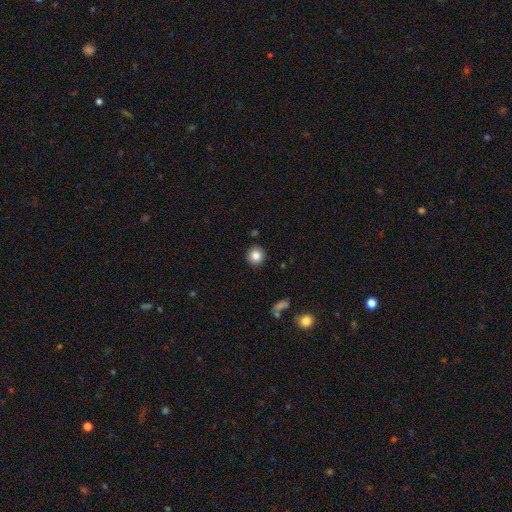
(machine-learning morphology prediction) Q: Smooth or featured?
A: smooth (84%); runner-up: star or artifact (10%)
Q: How rounded?
A: round (94%); runner-up: in between (5%)
Q: Merging?
A: none (91%); runner-up: minor disturbance (6%)